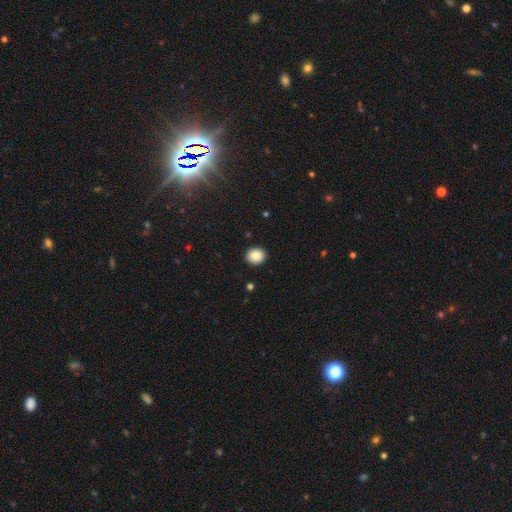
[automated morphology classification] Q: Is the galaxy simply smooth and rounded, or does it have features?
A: smooth — 87%.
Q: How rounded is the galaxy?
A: round — 80%.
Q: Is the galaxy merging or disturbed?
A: none — 92%.